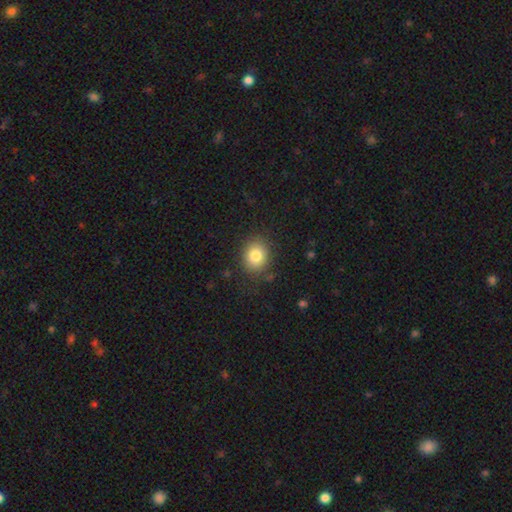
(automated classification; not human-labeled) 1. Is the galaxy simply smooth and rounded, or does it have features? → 81% smooth, 10% star or artifact, 8% featured or disk.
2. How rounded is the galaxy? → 63% round, 36% in between, 1% cigar-shaped.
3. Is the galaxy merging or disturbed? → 85% none, 10% minor disturbance, 3% major disturbance, 1% merger.